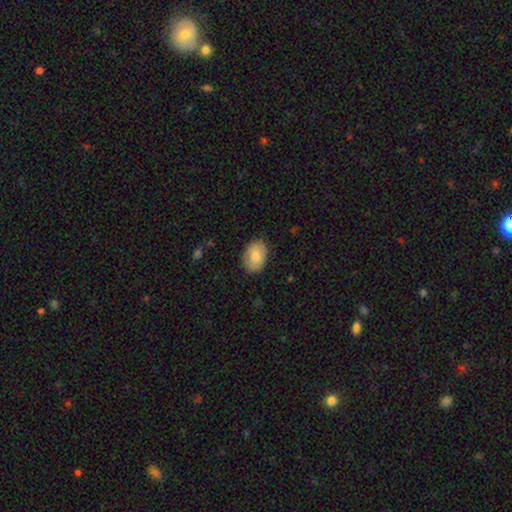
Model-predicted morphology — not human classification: Q: Smooth or featured?
A: smooth (84%); runner-up: featured or disk (10%)
Q: How rounded?
A: in between (80%); runner-up: round (19%)
Q: Merging?
A: none (84%); runner-up: minor disturbance (12%)